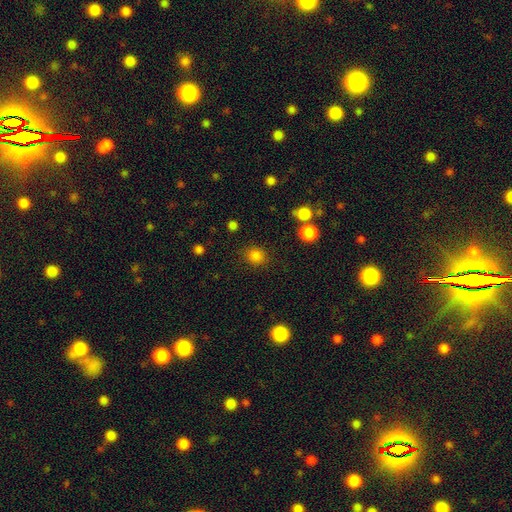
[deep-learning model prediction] Q: Smooth or featured?
A: smooth (83%); runner-up: star or artifact (13%)
Q: How rounded?
A: round (78%); runner-up: in between (21%)
Q: Merging?
A: none (85%); runner-up: minor disturbance (9%)